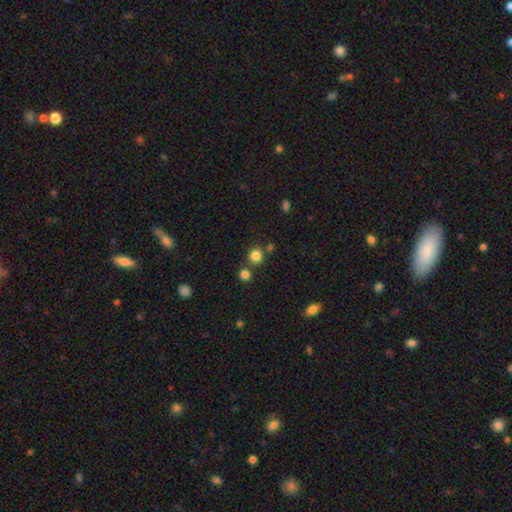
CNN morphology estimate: smooth_or_featured: smooth (p=0.82) [alt: star or artifact p=0.13]
how_rounded: round (p=0.91) [alt: in between p=0.08]
merging: none (p=0.75) [alt: merger p=0.15]